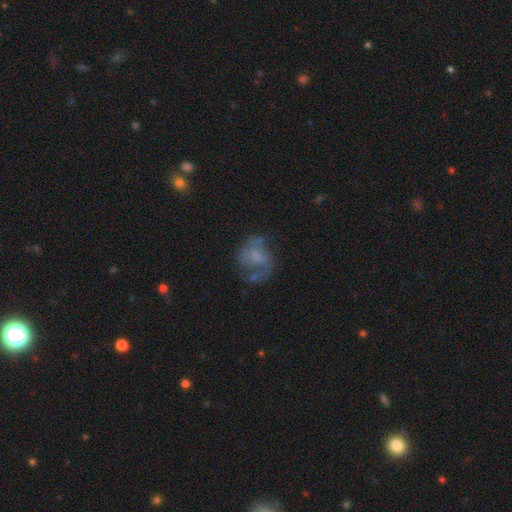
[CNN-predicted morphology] Smooth or featured? featured or disk (52%)
Edge-on disk? no (98%)
Bar? no (68%)
Spiral arms? yes (60%)
Bulge size? none (48%)
Merging? none (44%)